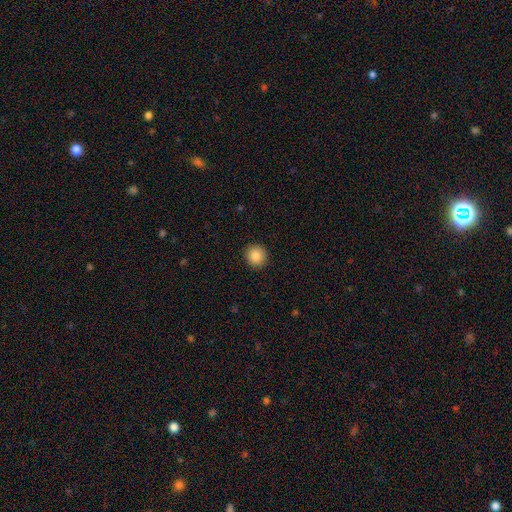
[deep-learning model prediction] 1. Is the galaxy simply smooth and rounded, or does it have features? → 86% smooth, 9% star or artifact, 5% featured or disk.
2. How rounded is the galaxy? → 91% round, 8% in between, 1% cigar-shaped.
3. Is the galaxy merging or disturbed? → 92% none, 5% minor disturbance, 2% major disturbance, 1% merger.